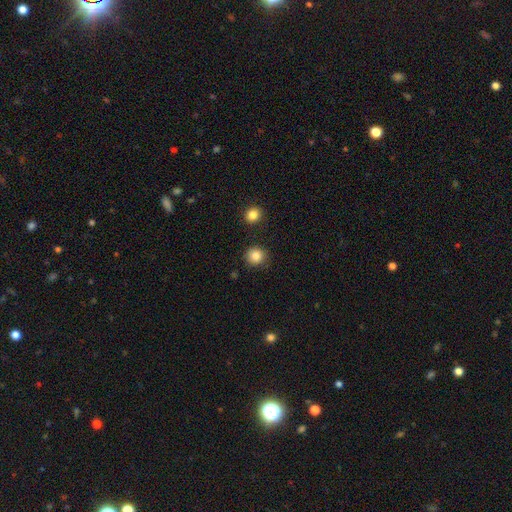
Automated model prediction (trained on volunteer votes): Q: Smooth or featured?
A: smooth (85%); runner-up: star or artifact (10%)
Q: How rounded?
A: round (92%); runner-up: in between (7%)
Q: Merging?
A: none (87%); runner-up: minor disturbance (8%)